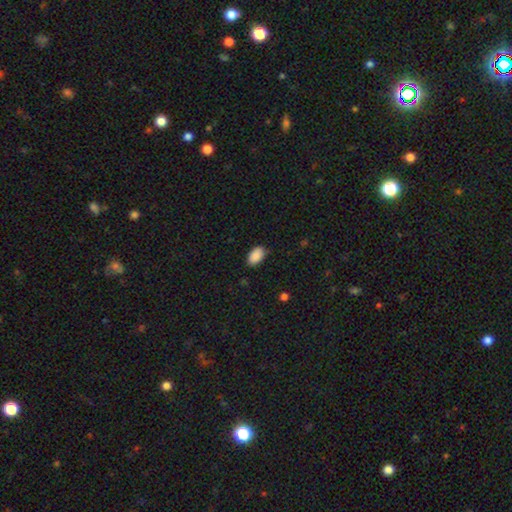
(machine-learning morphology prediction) type=smooth (90%); roundness=in between (94%); merging=none (84%).